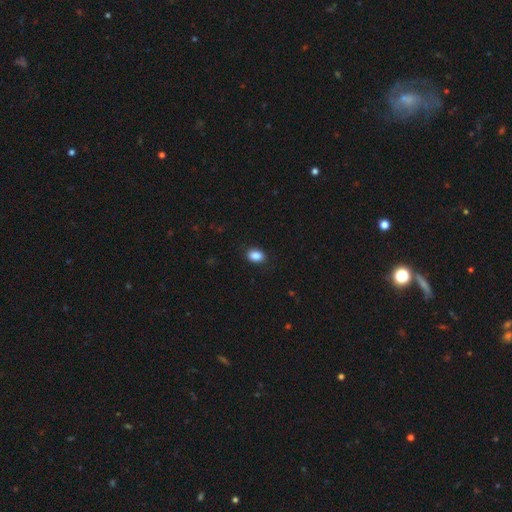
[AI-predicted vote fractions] The model was most divided on "how rounded": in between: 79%, round: 20%, cigar-shaped: 1%. More confident: smooth or featured — smooth (88%); merging — none (88%).